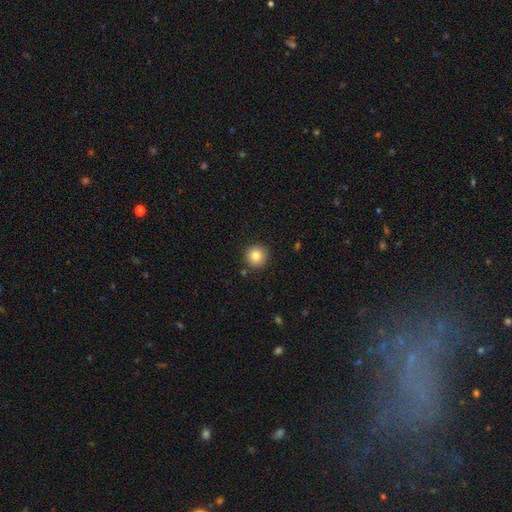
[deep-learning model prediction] Q: Smooth or featured?
A: smooth (83%); runner-up: star or artifact (10%)
Q: How rounded?
A: round (95%); runner-up: in between (4%)
Q: Merging?
A: none (90%); runner-up: minor disturbance (7%)